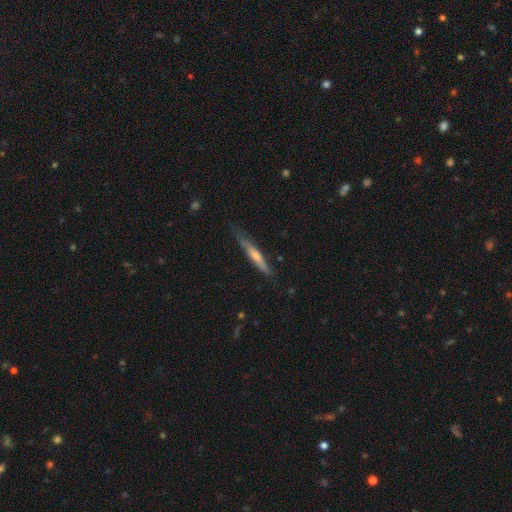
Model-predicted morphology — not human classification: A featured or disk galaxy (64%) viewed edge-on (96%) with a rounded central bulge (76%). Merging: none (83%).